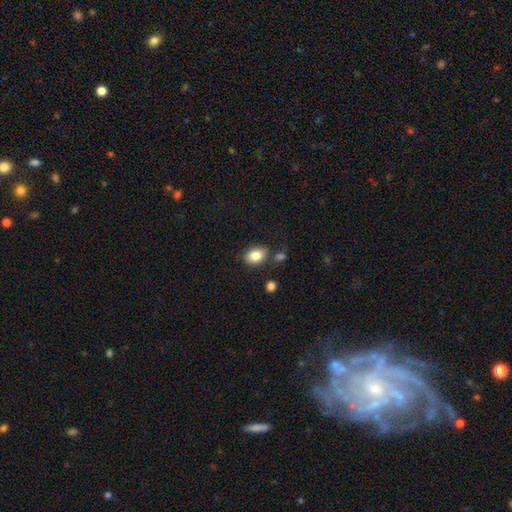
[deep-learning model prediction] Q: Smooth or featured?
A: smooth (84%); runner-up: featured or disk (8%)
Q: How rounded?
A: in between (74%); runner-up: round (25%)
Q: Merging?
A: none (77%); runner-up: minor disturbance (13%)